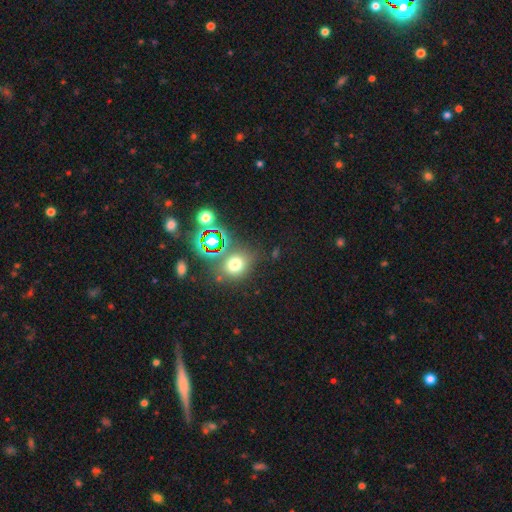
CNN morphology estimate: smooth-or-featured: star or artifact: 50% | smooth: 38% | featured or disk: 12%